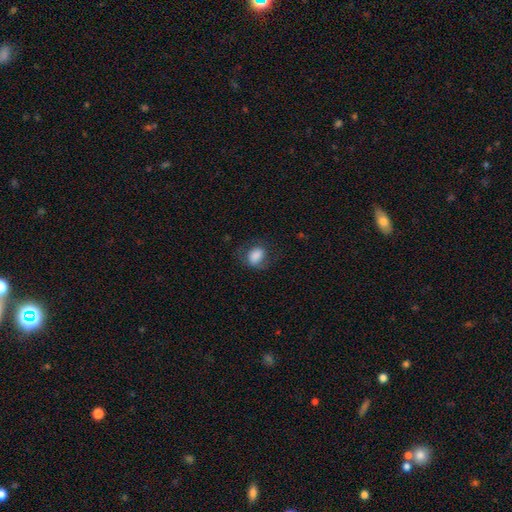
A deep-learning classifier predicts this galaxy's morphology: The model was most divided on "how rounded": in between: 58%, round: 41%, cigar-shaped: 1%. More confident: smooth or featured — smooth (79%); merging — none (64%).